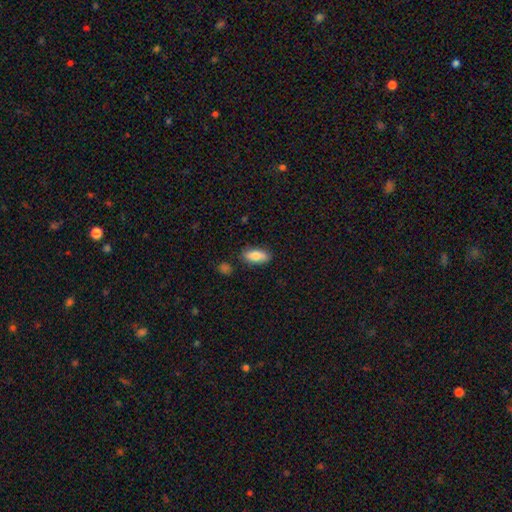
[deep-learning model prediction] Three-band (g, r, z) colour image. It shows a smooth galaxy with no disk features (80%) that is in between round and cigar-shaped (85%). Merging: none (83%).